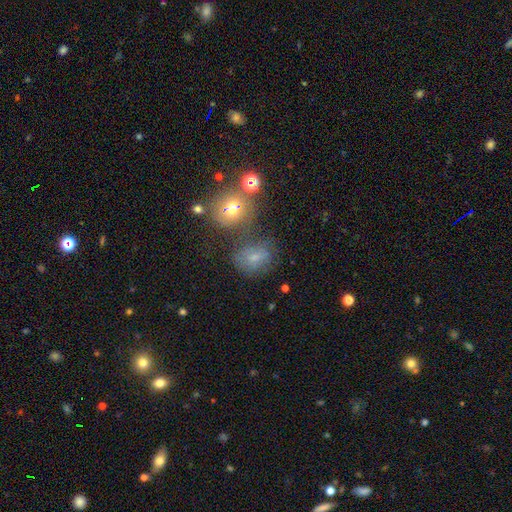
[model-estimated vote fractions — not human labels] Overall: smooth (58%; star or artifact 23%). How rounded: round (52%; in between 46%). Merging: none (55%; minor disturbance 19%).